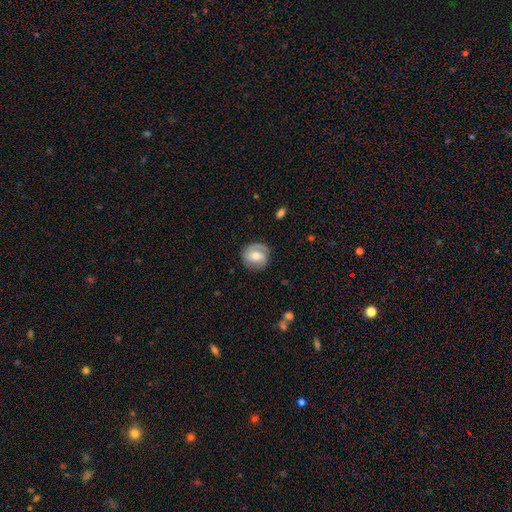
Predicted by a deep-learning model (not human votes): The model was most divided on "smooth or featured": featured or disk: 51%, smooth: 42%, star or artifact: 7%. More confident: edge-on disk — no (97%); merging — none (75%).